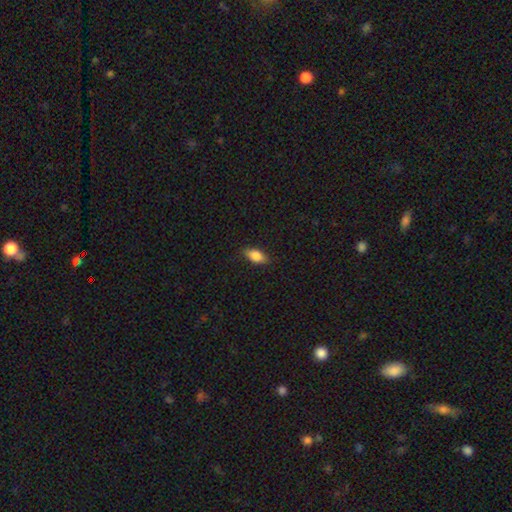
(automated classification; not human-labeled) Smooth or featured: smooth — 82% (featured or disk — 11%)
How rounded: in between — 85% (cigar-shaped — 9%)
Merging: none — 84% (minor disturbance — 13%)